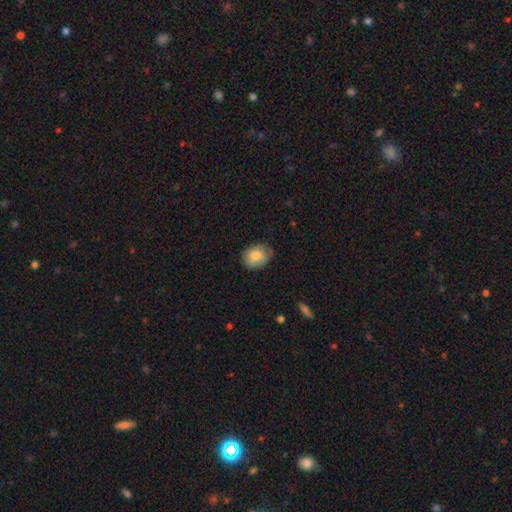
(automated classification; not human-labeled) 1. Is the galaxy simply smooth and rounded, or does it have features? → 78% smooth, 16% featured or disk, 7% star or artifact.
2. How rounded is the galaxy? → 54% round, 45% in between, 1% cigar-shaped.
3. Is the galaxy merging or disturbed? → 77% none, 18% minor disturbance, 3% major disturbance, 1% merger.